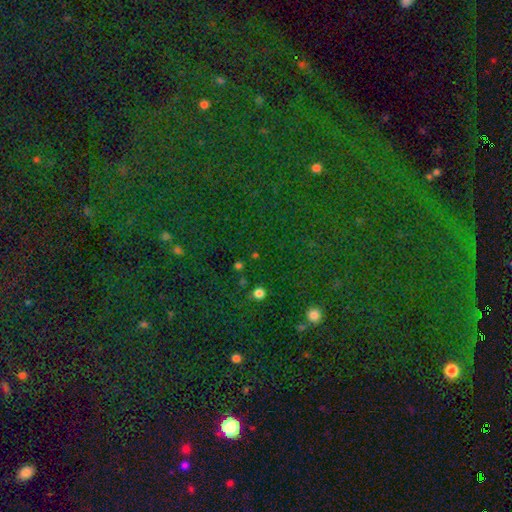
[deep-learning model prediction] A star or artifact, not a galaxy (63%).

Vote fractions:
- Smooth or featured? star or artifact: 63% / smooth: 29% / featured or disk: 8%